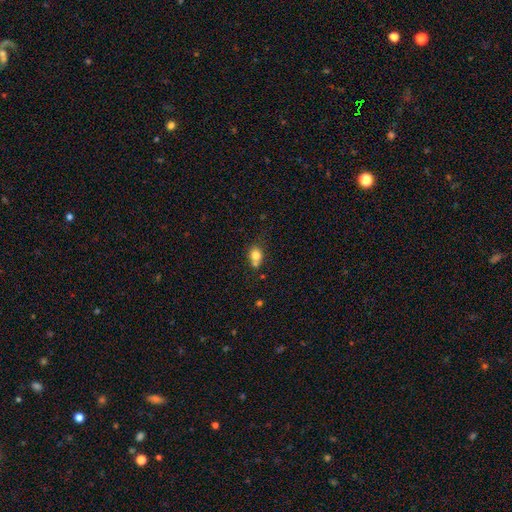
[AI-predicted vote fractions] smooth-or-featured: smooth: 78% | featured or disk: 11% | star or artifact: 11%
  how-rounded: round: 60% | in between: 39% | cigar-shaped: 1%
  merging: none: 44% | merger: 34% | minor disturbance: 16% | major disturbance: 6%